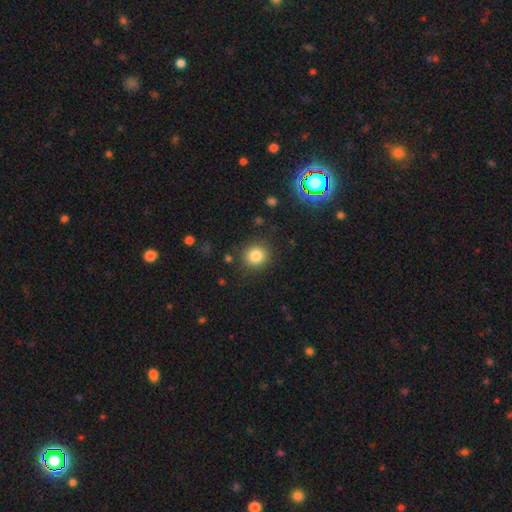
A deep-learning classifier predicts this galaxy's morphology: smooth_or_featured: smooth (p=0.83) [alt: star or artifact p=0.11]
how_rounded: round (p=0.89) [alt: in between p=0.10]
merging: none (p=0.88) [alt: minor disturbance p=0.08]